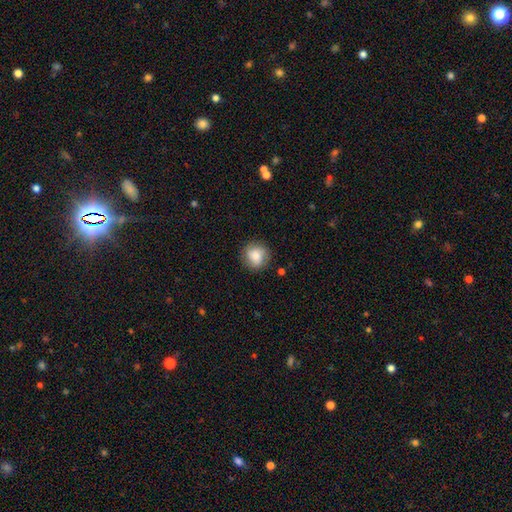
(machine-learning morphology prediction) smooth_or_featured: smooth (p=0.72) [alt: featured or disk p=0.19]
how_rounded: round (p=0.90) [alt: in between p=0.09]
merging: none (p=0.83) [alt: minor disturbance p=0.12]